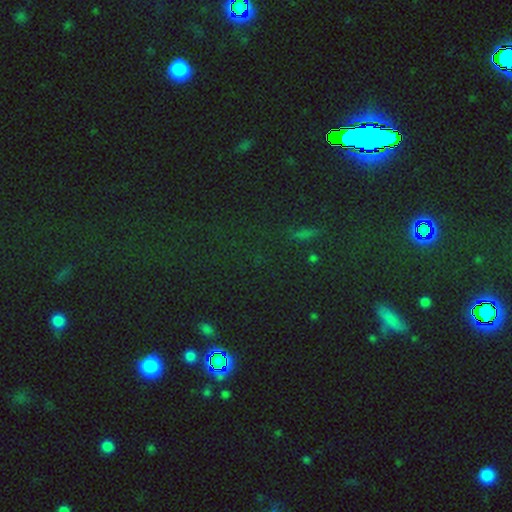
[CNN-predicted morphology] A star or artifact, not a galaxy (75%).